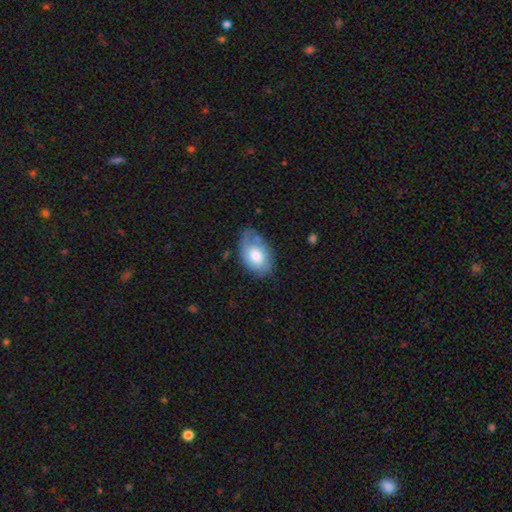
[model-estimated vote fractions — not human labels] smooth-or-featured: smooth: 63% | featured or disk: 31% | star or artifact: 6%
  how-rounded: in between: 90% | round: 9% | cigar-shaped: 1%
  merging: none: 55% | minor disturbance: 32% | major disturbance: 11% | merger: 3%